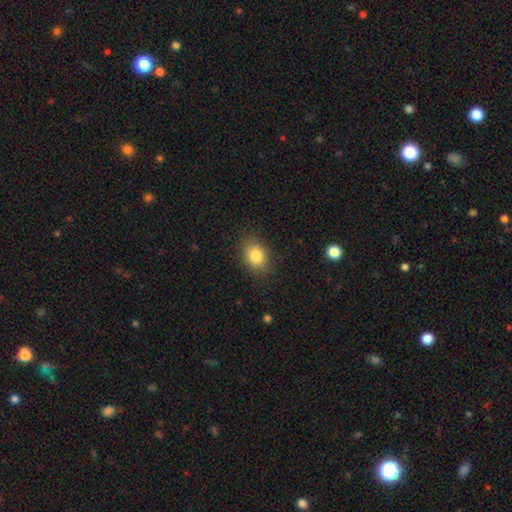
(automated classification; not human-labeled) This appears to be a smooth galaxy with no disk features (83%) that is in between round and cigar-shaped (60%). Merging: none (83%).